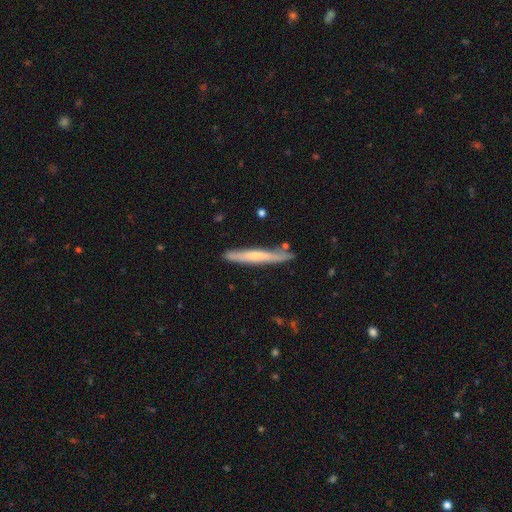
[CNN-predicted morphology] type=featured or disk (57%); edge-on=yes (93%); edge-on bulge=rounded (53%); merging=none (78%).